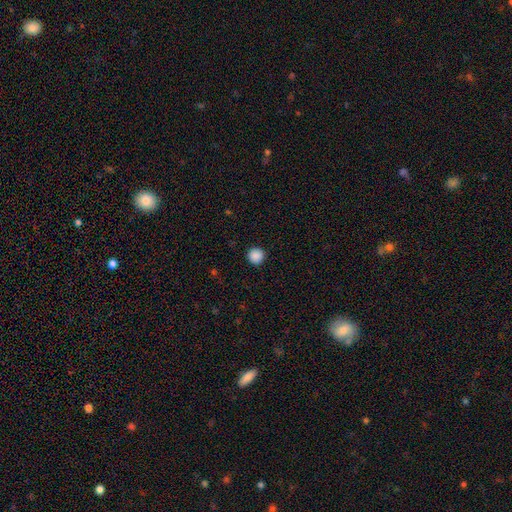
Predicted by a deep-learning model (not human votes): smooth 89%, star or artifact 9%, featured or disk 2%. Down the decision tree: how rounded — round (95%); merging — none (92%).